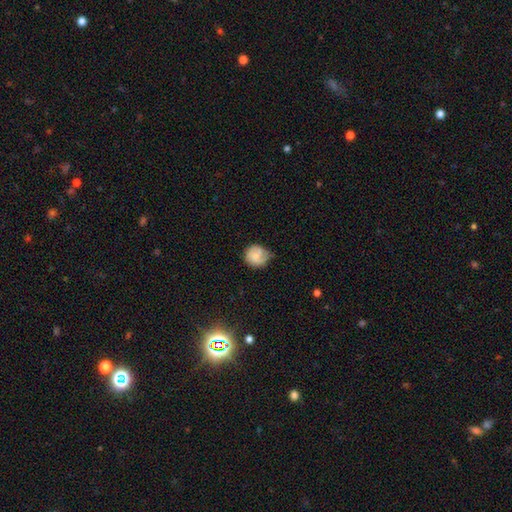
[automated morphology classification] Smooth or featured: smooth — 65% (featured or disk — 27%)
How rounded: round — 84% (in between — 15%)
Merging: none — 55% (minor disturbance — 34%)